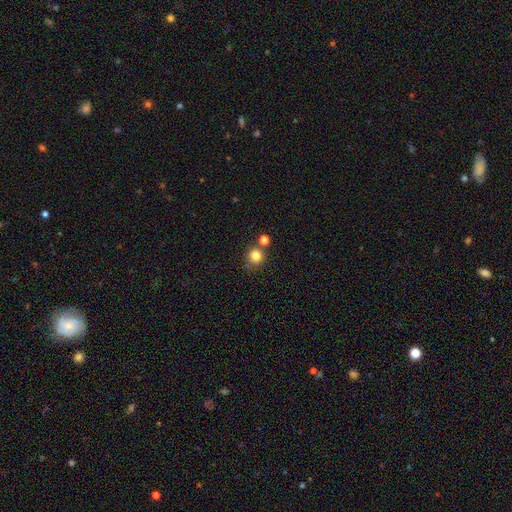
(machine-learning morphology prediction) smooth-or-featured: smooth: 81% | star or artifact: 13% | featured or disk: 6%
  how-rounded: round: 92% | in between: 7% | cigar-shaped: 1%
  merging: none: 73% | merger: 14% | minor disturbance: 9% | major disturbance: 3%